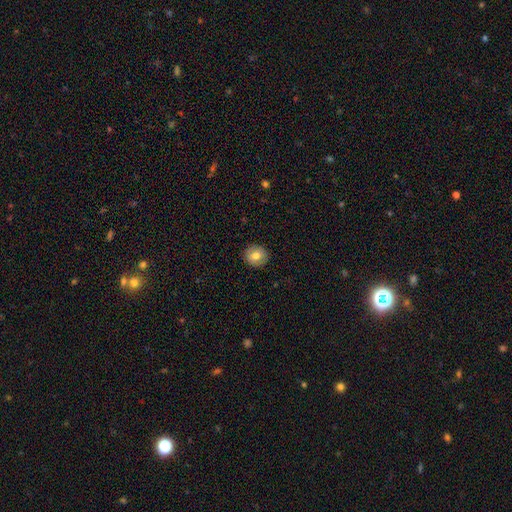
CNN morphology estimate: Q: Smooth or featured?
A: smooth (75%); runner-up: featured or disk (17%)
Q: How rounded?
A: round (88%); runner-up: in between (11%)
Q: Merging?
A: none (90%); runner-up: minor disturbance (7%)